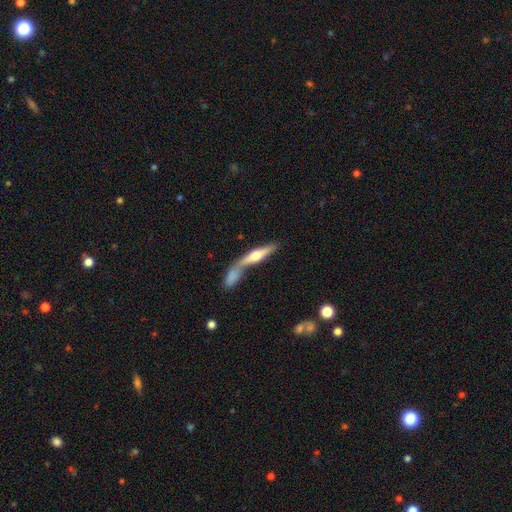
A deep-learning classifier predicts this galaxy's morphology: featured or disk 53%, smooth 41%, star or artifact 6%. Down the decision tree: edge-on disk — yes (91%); merging — none (44%).